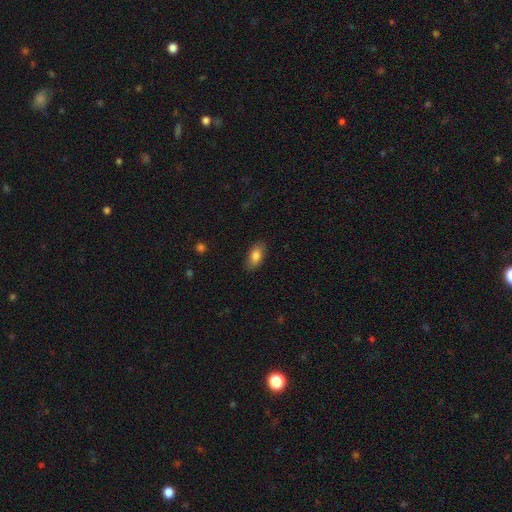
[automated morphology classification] The model was most divided on "smooth or featured": smooth: 82%, featured or disk: 11%, star or artifact: 7%. More confident: how rounded — in between (90%); merging — none (86%).